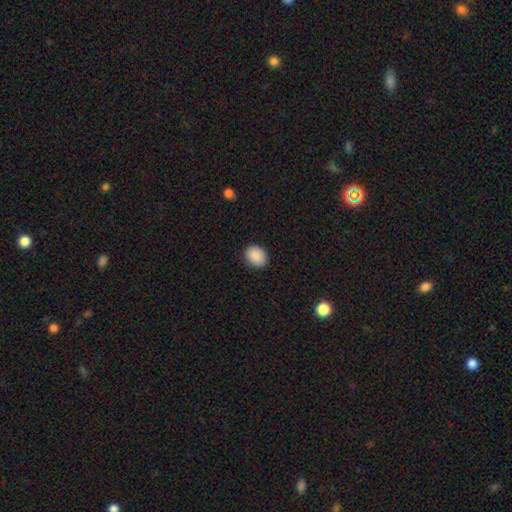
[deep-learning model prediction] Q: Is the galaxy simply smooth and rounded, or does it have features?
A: smooth — 89%.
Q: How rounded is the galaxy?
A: in between — 50%.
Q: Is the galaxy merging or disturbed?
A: none — 86%.